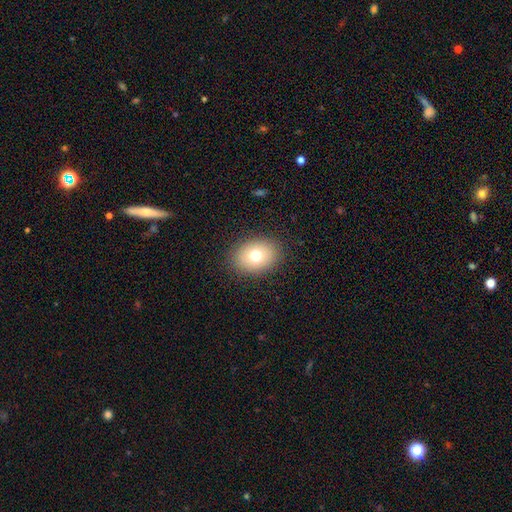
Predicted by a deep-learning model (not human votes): smooth-or-featured: smooth: 73% | featured or disk: 16% | star or artifact: 11%
  how-rounded: in between: 67% | round: 32% | cigar-shaped: 1%
  merging: none: 87% | minor disturbance: 9% | major disturbance: 3% | merger: 1%